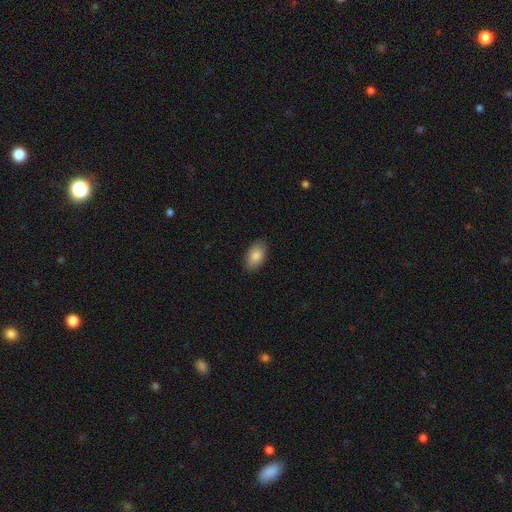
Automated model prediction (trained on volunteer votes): This appears to be a smooth galaxy with no disk features (86%) that is in between round and cigar-shaped (93%). Merging: none (86%).